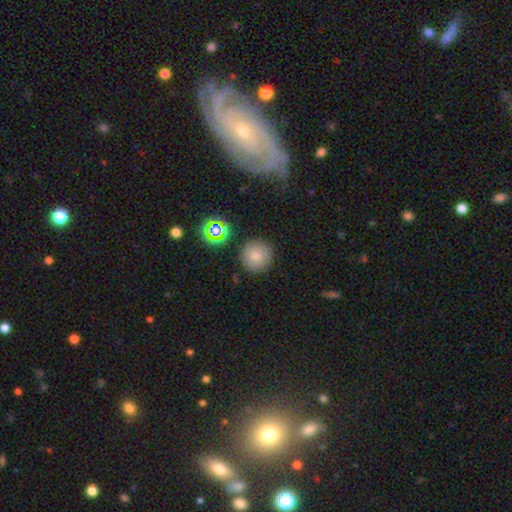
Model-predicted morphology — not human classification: Smooth or featured? smooth (79%)
How rounded? round (95%)
Merging? none (88%)